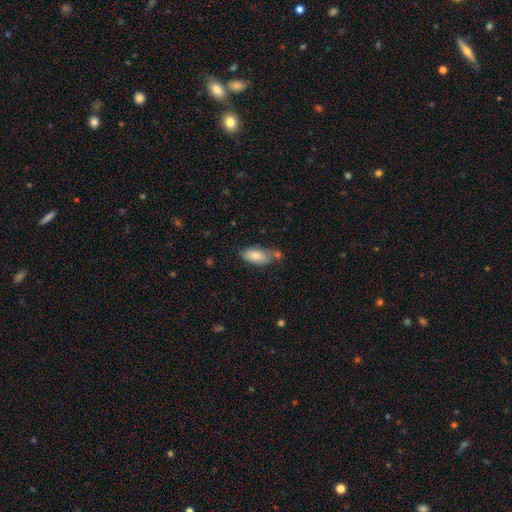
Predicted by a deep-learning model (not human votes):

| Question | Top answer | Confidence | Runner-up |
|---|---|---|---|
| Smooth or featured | smooth | 79% | featured or disk (14%) |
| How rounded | in between | 91% | cigar-shaped (6%) |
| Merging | none | 53% | minor disturbance (23%) |